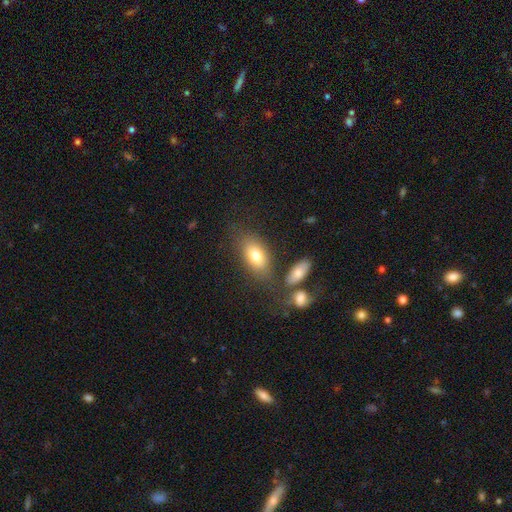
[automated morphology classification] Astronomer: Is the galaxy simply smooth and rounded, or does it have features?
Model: smooth — 76%.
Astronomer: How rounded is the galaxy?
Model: in between — 87%.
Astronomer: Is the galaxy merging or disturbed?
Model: none — 68%.